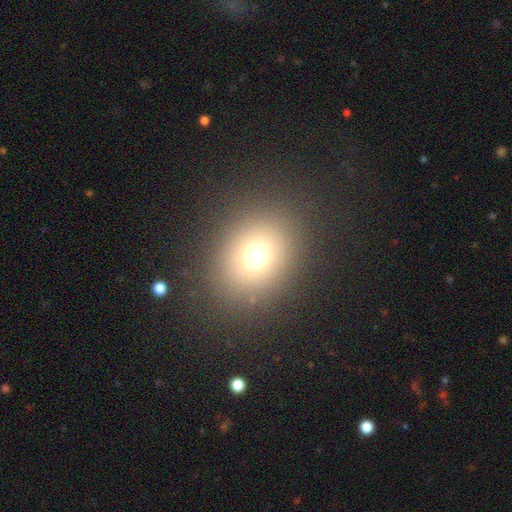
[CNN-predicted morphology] A smooth galaxy with no disk features (71%) that is round (61%). Merging: none (87%).